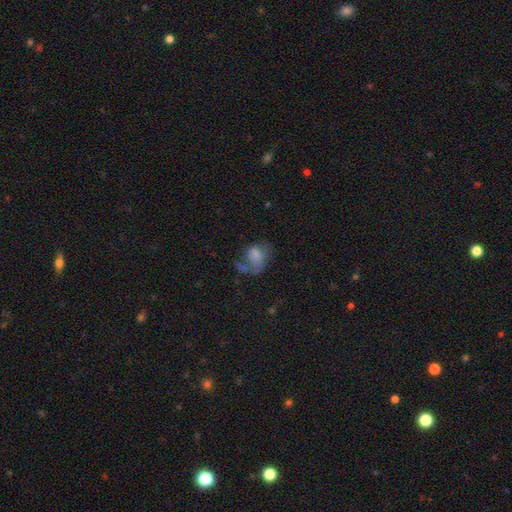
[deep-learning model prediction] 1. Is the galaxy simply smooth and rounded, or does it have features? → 61% smooth, 28% featured or disk, 11% star or artifact.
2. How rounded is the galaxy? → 61% in between, 38% round, 1% cigar-shaped.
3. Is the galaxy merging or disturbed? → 39% major disturbance, 25% none, 20% minor disturbance, 17% merger.